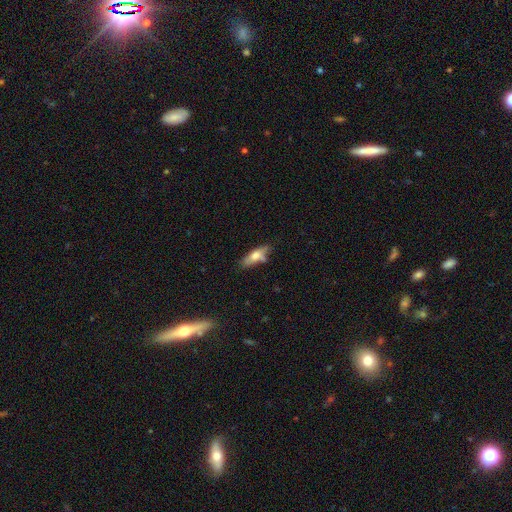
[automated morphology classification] A smooth galaxy with no disk features (59%) that is cigar-shaped (49%). Merging: none (59%).